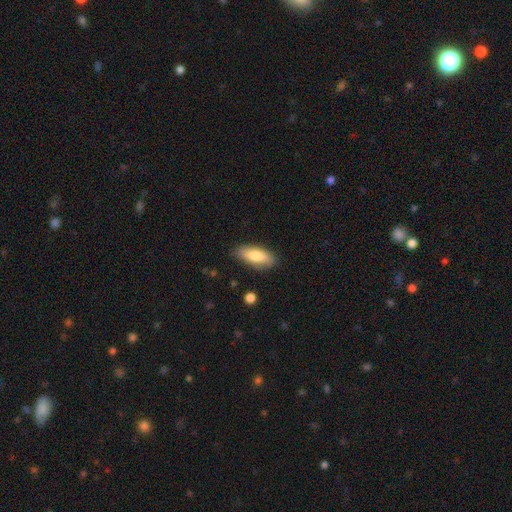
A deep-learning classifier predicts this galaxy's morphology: A smooth galaxy with no disk features (81%) that is in between round and cigar-shaped (75%). Merging: none (81%).